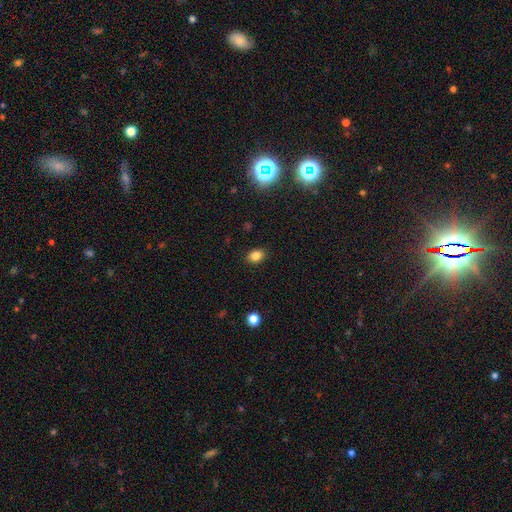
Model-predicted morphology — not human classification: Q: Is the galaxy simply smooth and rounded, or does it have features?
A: smooth — 84%.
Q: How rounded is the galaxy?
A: in between — 64%.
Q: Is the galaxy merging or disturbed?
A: none — 88%.